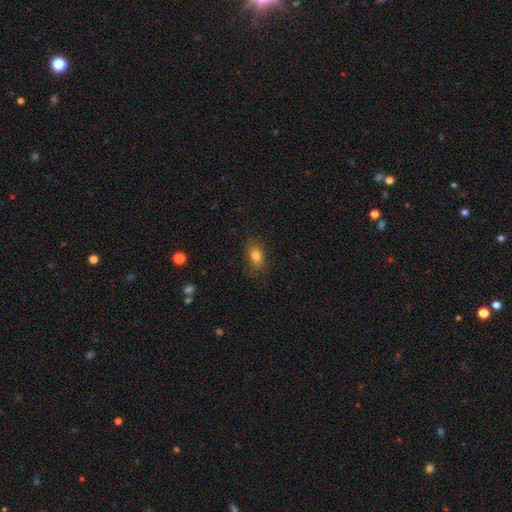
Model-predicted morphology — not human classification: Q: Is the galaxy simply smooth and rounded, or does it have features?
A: smooth — 81%.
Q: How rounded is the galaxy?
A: in between — 84%.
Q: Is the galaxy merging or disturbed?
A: none — 81%.